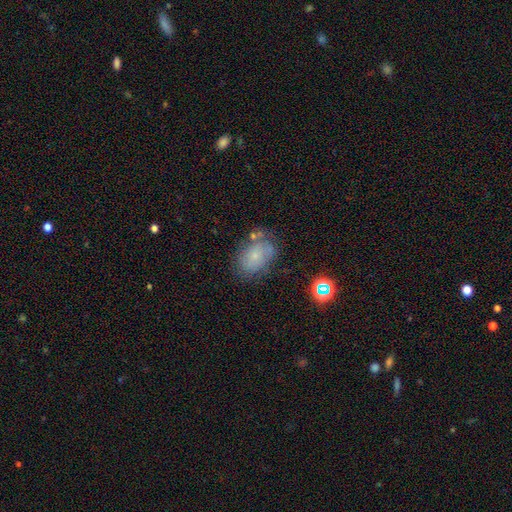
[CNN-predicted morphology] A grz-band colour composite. It shows a smooth galaxy with no disk features (50%) that is in between round and cigar-shaped (75%). Merging: none (58%).